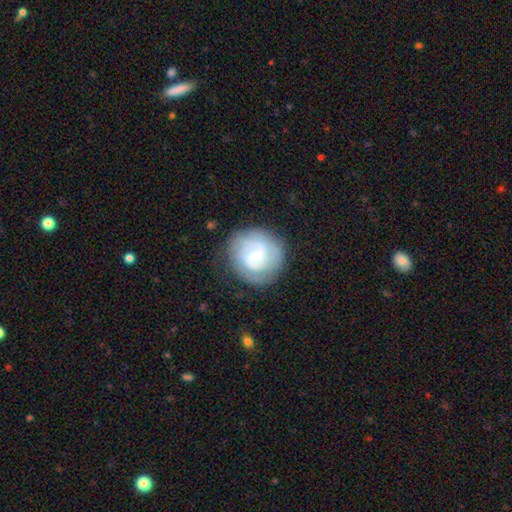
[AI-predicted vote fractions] smooth_or_featured: featured or disk (p=0.72) [alt: smooth p=0.22]
disk_edge_on: no (p=0.98) [alt: yes p=0.02]
bar: weak (p=0.54) [alt: no p=0.36]
has_spiral_arms: yes (p=0.91) [alt: no p=0.09]
spiral_winding: tight (p=0.51) [alt: medium p=0.37]
spiral_arm_count: 2 (p=0.52) [alt: can't tell p=0.24]
bulge_size: small (p=0.63) [alt: moderate p=0.30]
merging: none (p=0.78) [alt: minor disturbance p=0.15]